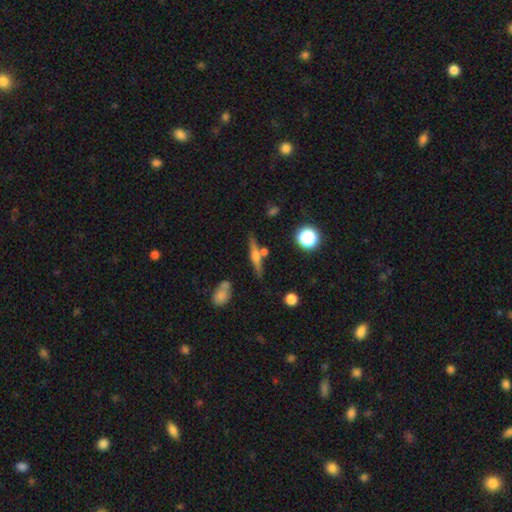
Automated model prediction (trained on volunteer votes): featured or disk 53%, smooth 37%, star or artifact 10%. Down the decision tree: edge-on disk — yes (94%); merging — none (73%).